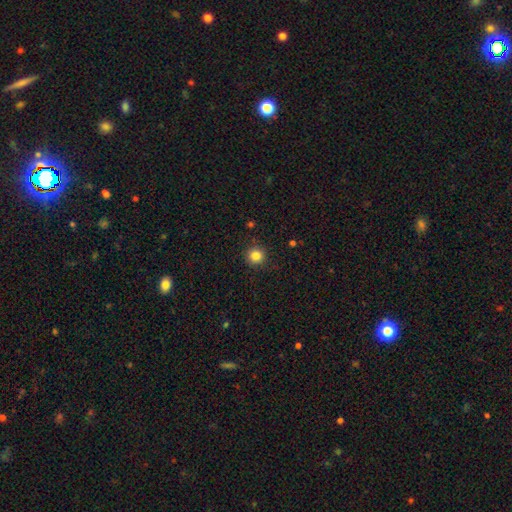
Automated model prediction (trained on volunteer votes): A smooth galaxy with no disk features (84%) that is round (95%). Merging: none (91%).